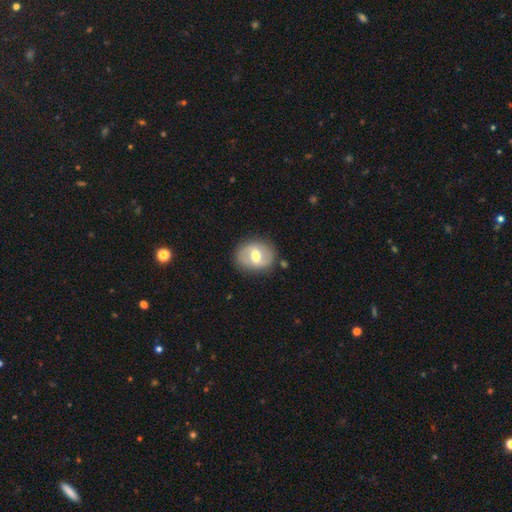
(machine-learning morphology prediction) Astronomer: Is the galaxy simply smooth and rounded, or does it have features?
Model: featured or disk — 60%.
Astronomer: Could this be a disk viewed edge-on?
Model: no — 96%.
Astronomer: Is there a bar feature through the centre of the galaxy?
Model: weak — 52%.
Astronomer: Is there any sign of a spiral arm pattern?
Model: yes — 71%.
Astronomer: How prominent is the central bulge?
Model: moderate — 74%.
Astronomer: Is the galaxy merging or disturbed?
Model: none — 82%.